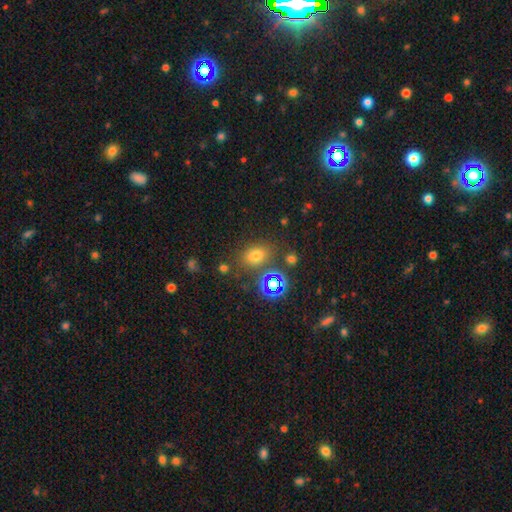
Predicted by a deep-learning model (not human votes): Q: Smooth or featured?
A: smooth (64%); runner-up: star or artifact (27%)
Q: How rounded?
A: in between (64%); runner-up: round (35%)
Q: Merging?
A: none (75%); runner-up: minor disturbance (12%)